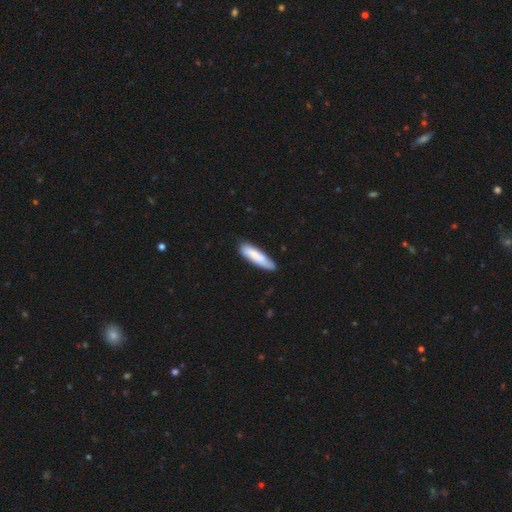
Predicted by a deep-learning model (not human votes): Q: Smooth or featured?
A: smooth (78%); runner-up: featured or disk (17%)
Q: How rounded?
A: cigar-shaped (71%); runner-up: in between (27%)
Q: Merging?
A: none (79%); runner-up: minor disturbance (16%)